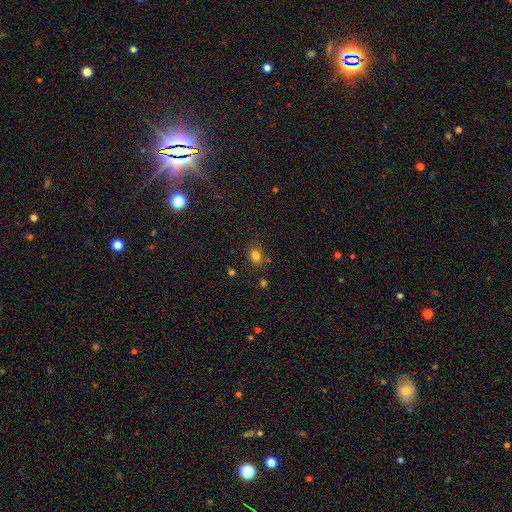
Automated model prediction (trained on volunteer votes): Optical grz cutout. It shows a smooth galaxy with no disk features (80%) that is in between round and cigar-shaped (53%). Merging: none (77%).